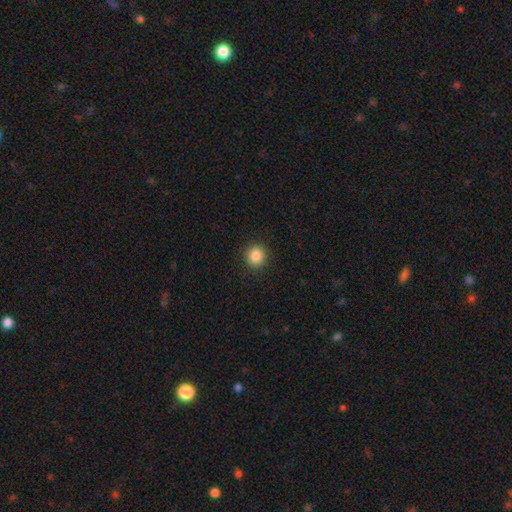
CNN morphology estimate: The model was most divided on "smooth or featured": smooth: 86%, star or artifact: 10%, featured or disk: 4%. More confident: how rounded — round (93%); merging — none (92%).